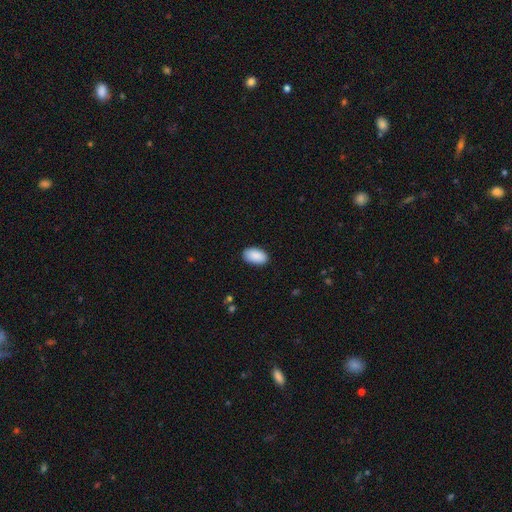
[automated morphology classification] Smooth or featured: smooth — 91% (star or artifact — 6%)
How rounded: in between — 95% (round — 4%)
Merging: none — 87% (minor disturbance — 10%)